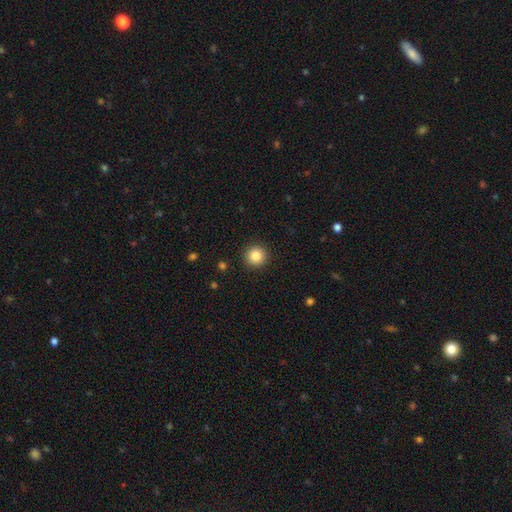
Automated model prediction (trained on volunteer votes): Smooth or featured?
  - smooth: 85% *
  - star or artifact: 10%
  - featured or disk: 5%
How rounded?
  - round: 95% *
  - in between: 4%
  - cigar-shaped: 1%
Merging?
  - none: 92% *
  - minor disturbance: 5%
  - major disturbance: 2%
  - merger: 1%